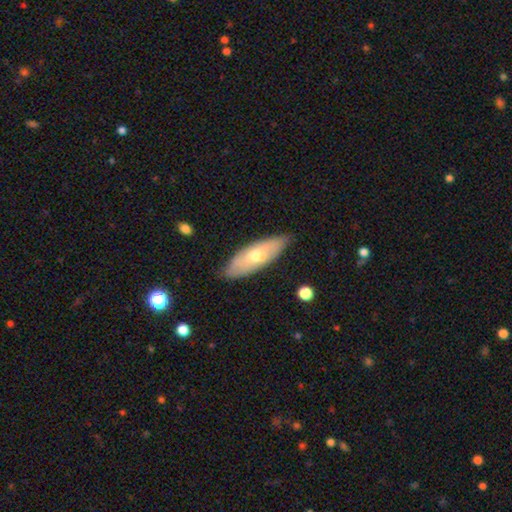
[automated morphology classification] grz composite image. It shows a smooth galaxy with no disk features (54%) that is in between round and cigar-shaped (67%). Merging: none (81%).